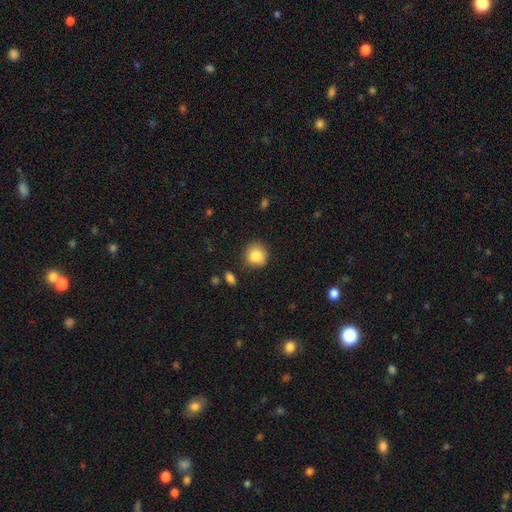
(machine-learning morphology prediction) smooth_or_featured: smooth (p=0.85) [alt: star or artifact p=0.09]
how_rounded: round (p=0.85) [alt: in between p=0.14]
merging: none (p=0.82) [alt: minor disturbance p=0.13]